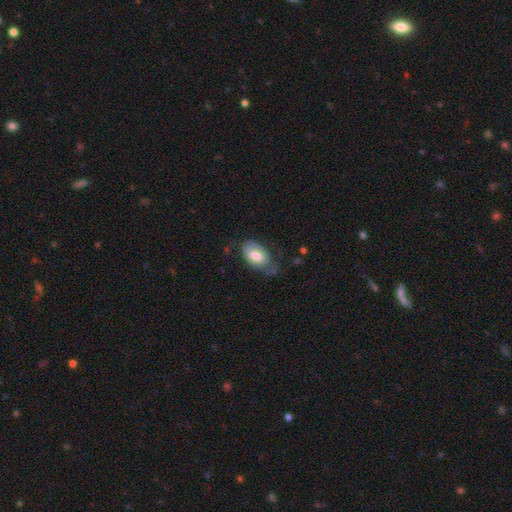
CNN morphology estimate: A smooth galaxy with no disk features (64%) that is in between round and cigar-shaped (92%). Merging: none (41%).